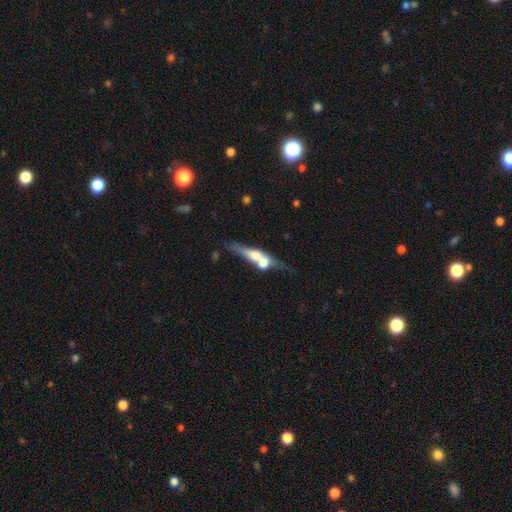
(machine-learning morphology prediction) smooth_or_featured: featured or disk (p=0.56) [alt: smooth p=0.37]
disk_edge_on: yes (p=0.79) [alt: no p=0.21]
merging: merger (p=0.44) [alt: none p=0.38]